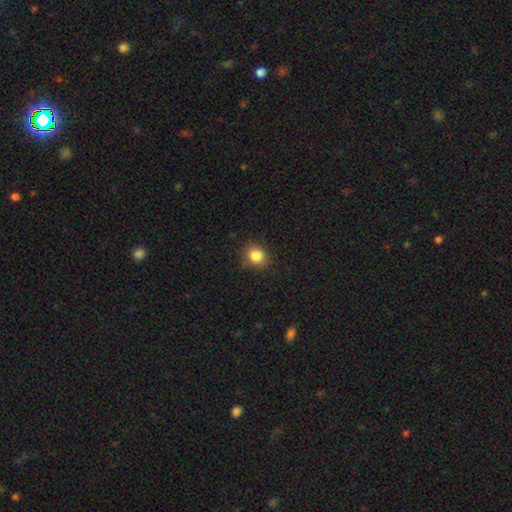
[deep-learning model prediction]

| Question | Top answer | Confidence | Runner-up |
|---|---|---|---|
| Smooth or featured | smooth | 85% | star or artifact (10%) |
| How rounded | round | 76% | in between (23%) |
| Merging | none | 86% | minor disturbance (10%) |